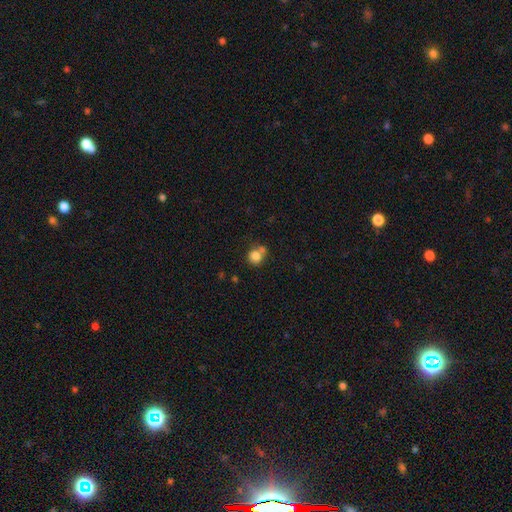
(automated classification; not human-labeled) smooth-or-featured: smooth: 82% | star or artifact: 10% | featured or disk: 8%
  how-rounded: round: 83% | in between: 16% | cigar-shaped: 1%
  merging: none: 54% | merger: 28% | minor disturbance: 13% | major disturbance: 5%